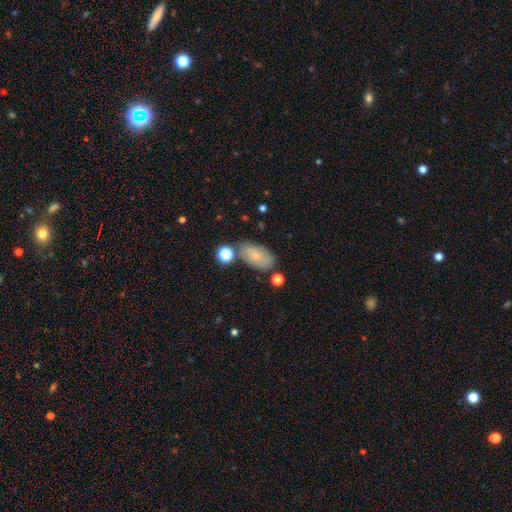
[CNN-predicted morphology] Smooth or featured?
  - smooth: 67% *
  - featured or disk: 24%
  - star or artifact: 9%
How rounded?
  - in between: 92% *
  - round: 6%
  - cigar-shaped: 2%
Merging?
  - none: 68% *
  - minor disturbance: 19%
  - merger: 7%
  - major disturbance: 5%